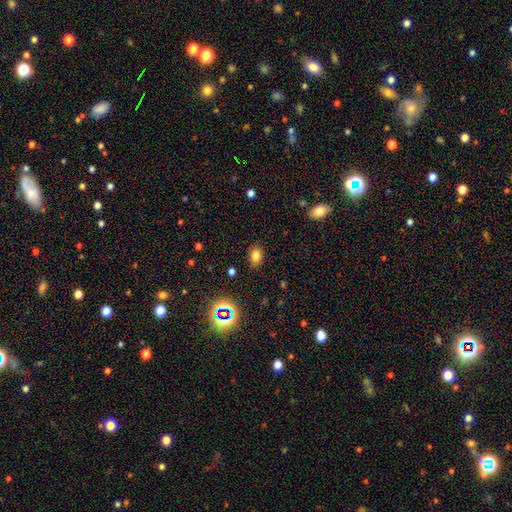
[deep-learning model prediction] Overall: smooth (76%). How rounded: in between (79%). Merging: none (85%).